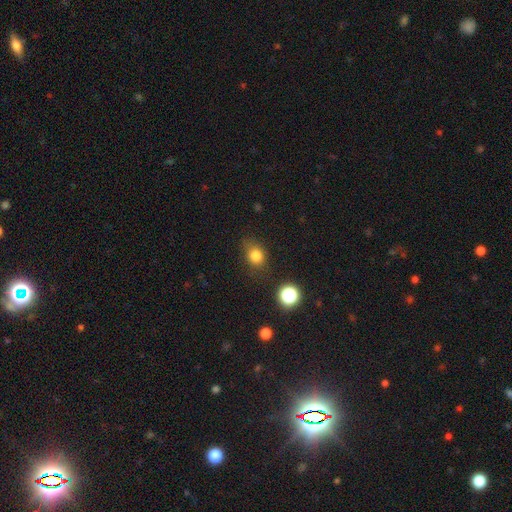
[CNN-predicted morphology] This is likely a smooth galaxy (80%). How rounded: likely round (62%). Merging: likely none (69%).